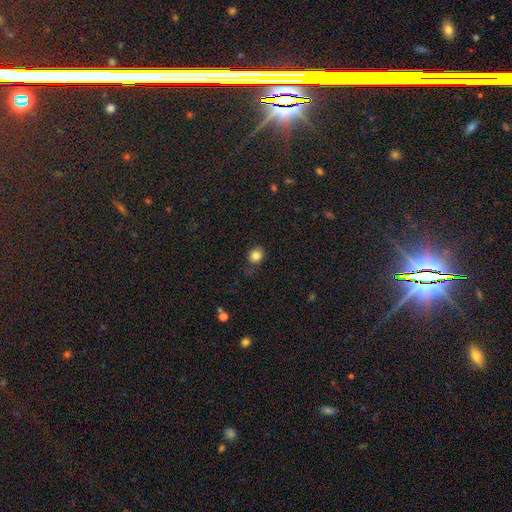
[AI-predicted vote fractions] This appears to be a smooth galaxy with no disk features (82%) that is round (75%). Merging: none (77%).